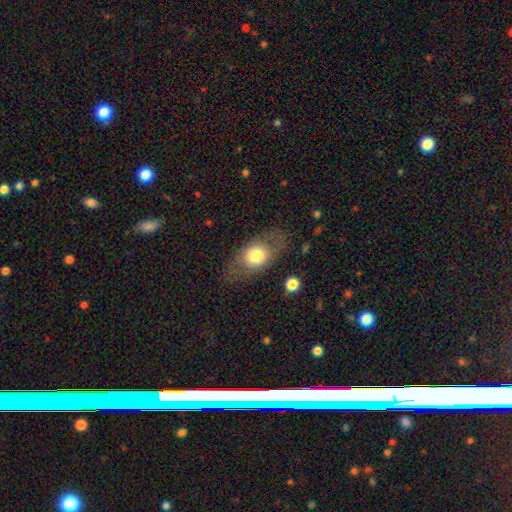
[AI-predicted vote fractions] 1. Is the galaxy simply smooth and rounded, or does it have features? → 64% smooth, 28% featured or disk, 8% star or artifact.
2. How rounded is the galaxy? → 75% in between, 21% round, 4% cigar-shaped.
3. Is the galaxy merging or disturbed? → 73% none, 16% minor disturbance, 9% major disturbance, 2% merger.